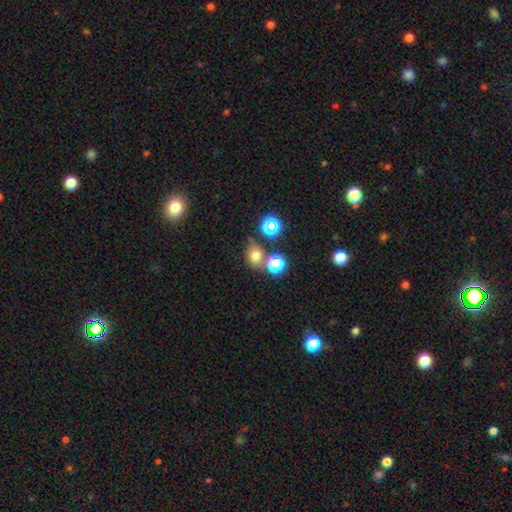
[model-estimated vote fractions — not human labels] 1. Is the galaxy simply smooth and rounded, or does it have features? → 69% smooth, 22% star or artifact, 9% featured or disk.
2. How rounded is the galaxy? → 52% round, 47% in between, 1% cigar-shaped.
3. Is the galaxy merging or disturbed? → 64% none, 18% merger, 13% minor disturbance, 5% major disturbance.